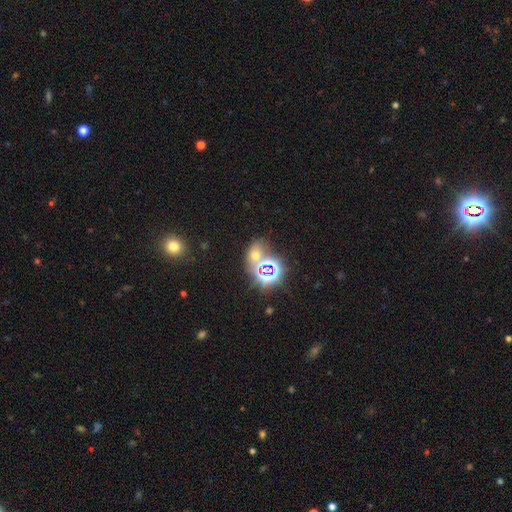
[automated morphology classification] Overall: star or artifact (52%; smooth 37%).